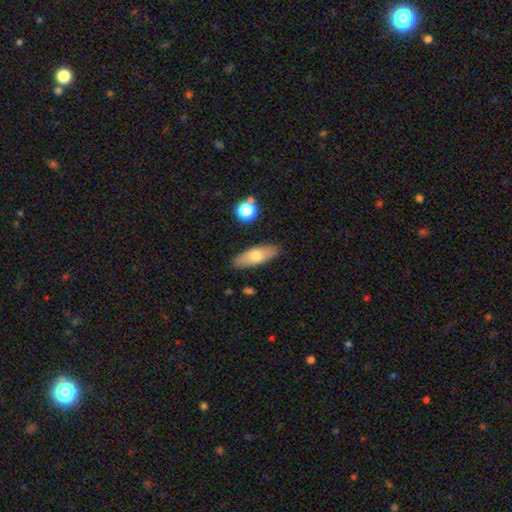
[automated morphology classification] smooth_or_featured: smooth (p=0.67) [alt: featured or disk p=0.26]
how_rounded: in between (p=0.70) [alt: cigar-shaped p=0.27]
merging: none (p=0.86) [alt: minor disturbance p=0.10]